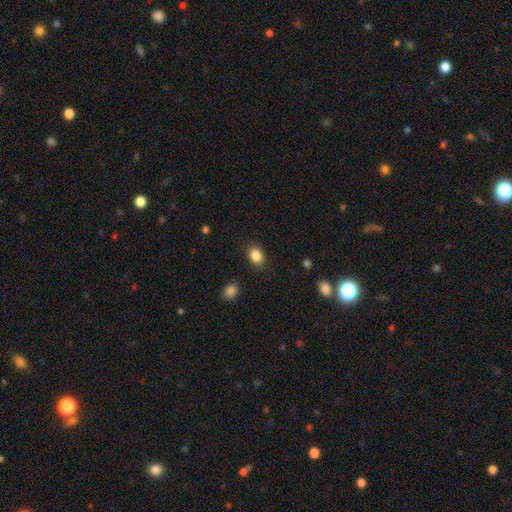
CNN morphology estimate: Smooth or featured? smooth (86%)
How rounded? in between (66%)
Merging? none (87%)